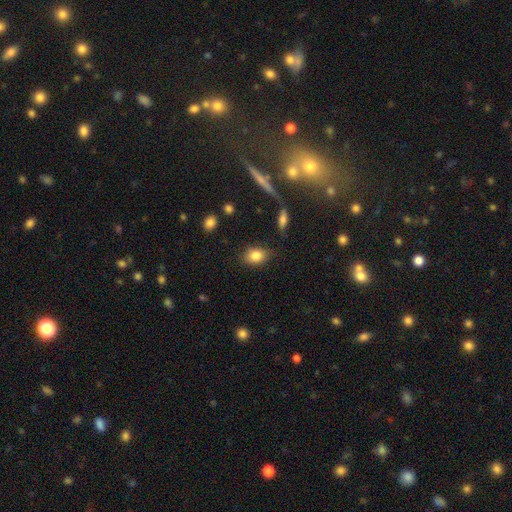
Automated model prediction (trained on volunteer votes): A smooth galaxy with no disk features (83%) that is in between round and cigar-shaped (73%).

Vote fractions:
- Smooth or featured? smooth: 83% / star or artifact: 9% / featured or disk: 8%
- How rounded? in between: 73% / round: 25% / cigar-shaped: 2%
- Merging? none: 76% / minor disturbance: 17% / major disturbance: 4% / merger: 3%